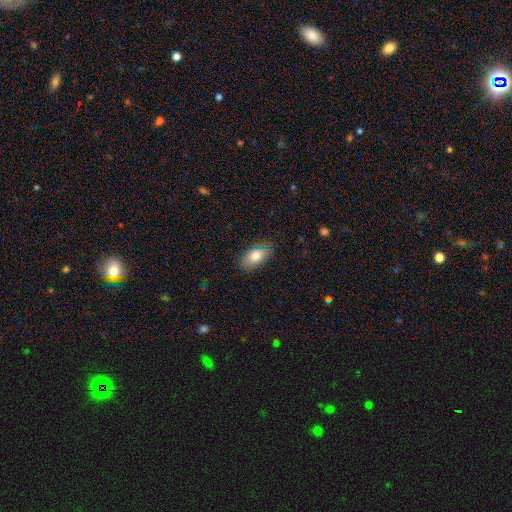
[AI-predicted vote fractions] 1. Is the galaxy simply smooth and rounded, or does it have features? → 76% smooth, 15% featured or disk, 8% star or artifact.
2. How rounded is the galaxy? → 92% in between, 6% round, 2% cigar-shaped.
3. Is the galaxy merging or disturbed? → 80% none, 15% minor disturbance, 4% major disturbance, 1% merger.